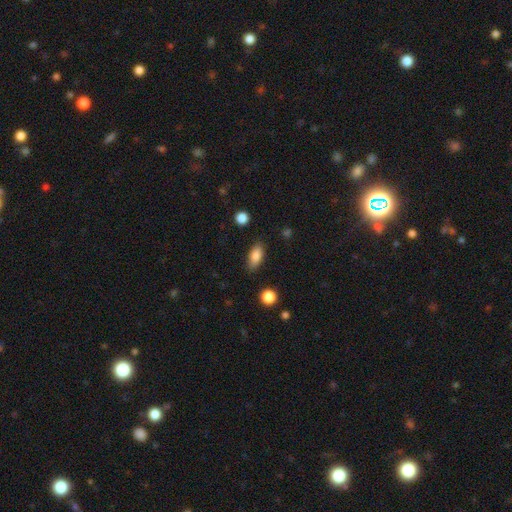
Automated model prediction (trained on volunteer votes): A smooth galaxy with no disk features (83%) that is in between round and cigar-shaped (83%).

Vote fractions:
- Smooth or featured? smooth: 83% / featured or disk: 9% / star or artifact: 8%
- How rounded? in between: 83% / cigar-shaped: 13% / round: 4%
- Merging? none: 85% / minor disturbance: 11% / major disturbance: 3% / merger: 2%